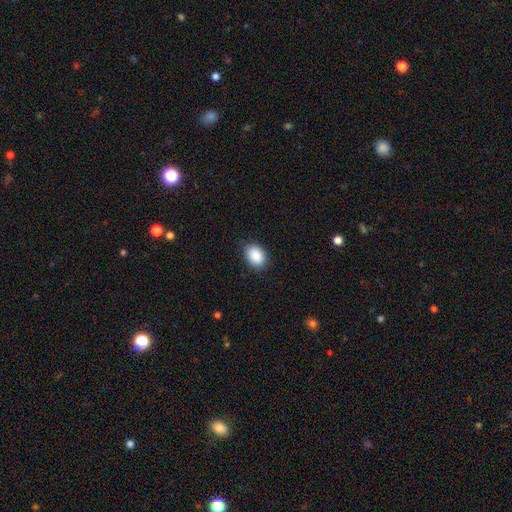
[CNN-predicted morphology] Overall: smooth (89%). How rounded: in between (79%). Merging: none (84%).